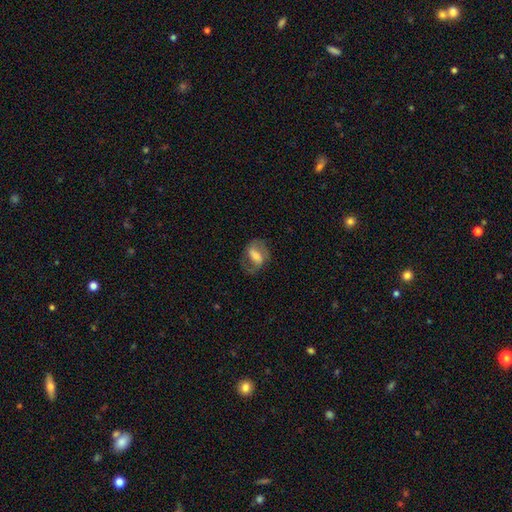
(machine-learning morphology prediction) The model was most divided on "bulge size": moderate: 33%, large: 28%, small: 21%, none: 14%, dominant: 4%. Remaining: edge-on disk — no (94%); spiral arms — yes (75%); merging — none (66%); smooth or featured — featured or disk (58%); bar — strong (44%).